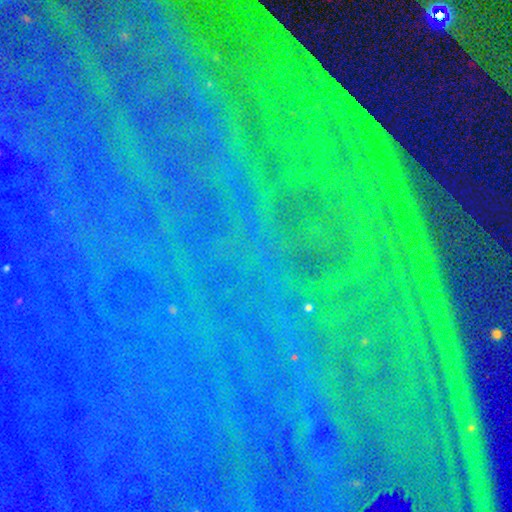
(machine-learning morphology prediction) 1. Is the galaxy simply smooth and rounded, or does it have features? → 86% star or artifact, 7% featured or disk, 7% smooth.